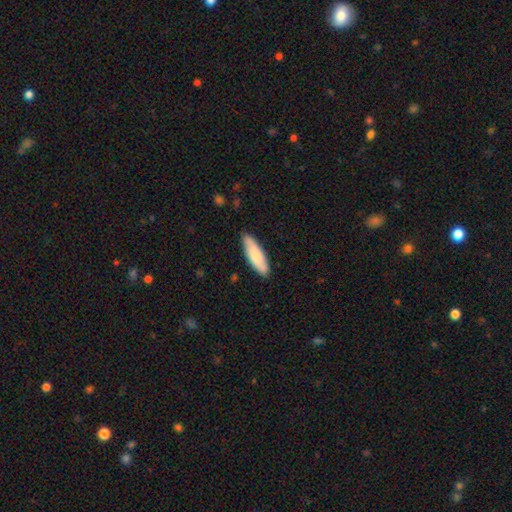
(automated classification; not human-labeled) Smooth or featured: smooth — 78% (featured or disk — 17%)
How rounded: cigar-shaped — 51% (in between — 48%)
Merging: none — 84% (minor disturbance — 13%)